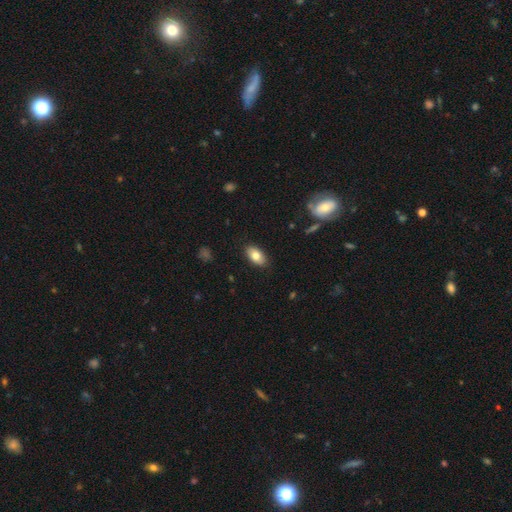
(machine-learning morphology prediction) Smooth or featured? smooth (79%)
How rounded? in between (92%)
Merging? none (87%)